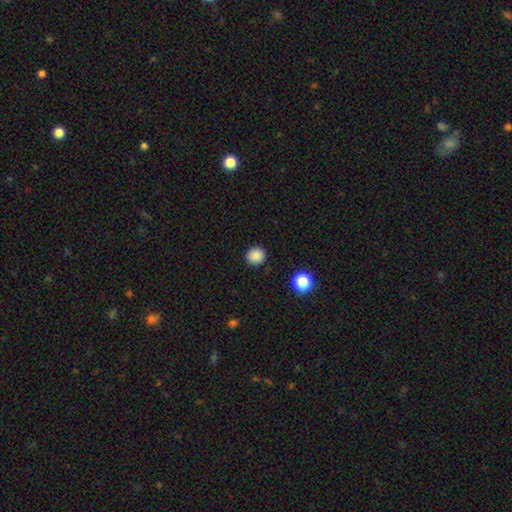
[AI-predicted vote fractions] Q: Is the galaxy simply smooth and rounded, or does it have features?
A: smooth — 87%.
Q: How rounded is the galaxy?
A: round — 90%.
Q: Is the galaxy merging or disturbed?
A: none — 91%.